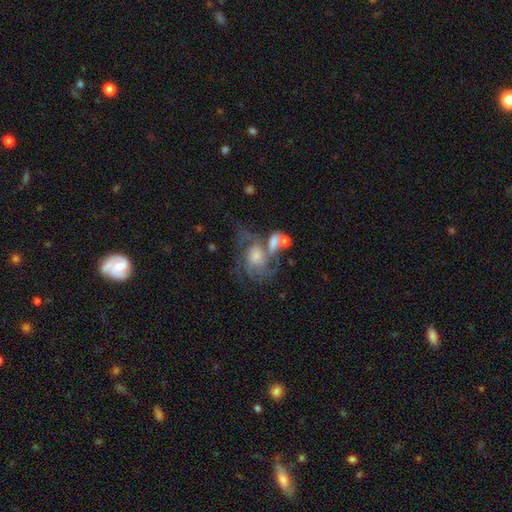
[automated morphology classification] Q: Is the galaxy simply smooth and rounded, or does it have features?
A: featured or disk — 72%.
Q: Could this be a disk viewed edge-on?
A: no — 96%.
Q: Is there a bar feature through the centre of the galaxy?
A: no — 73%.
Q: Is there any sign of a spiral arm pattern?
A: yes — 81%.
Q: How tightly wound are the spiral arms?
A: medium — 43%.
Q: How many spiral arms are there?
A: can't tell — 37%.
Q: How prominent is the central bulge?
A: moderate — 45%.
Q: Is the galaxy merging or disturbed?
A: merger — 31%.